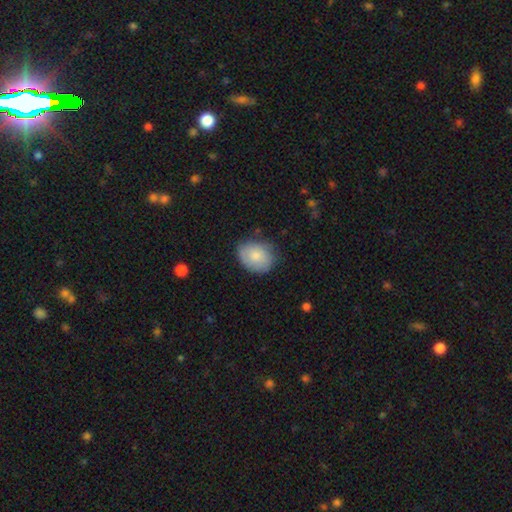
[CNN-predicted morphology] Smooth or featured? smooth (77%)
How rounded? in between (52%)
Merging? none (73%)